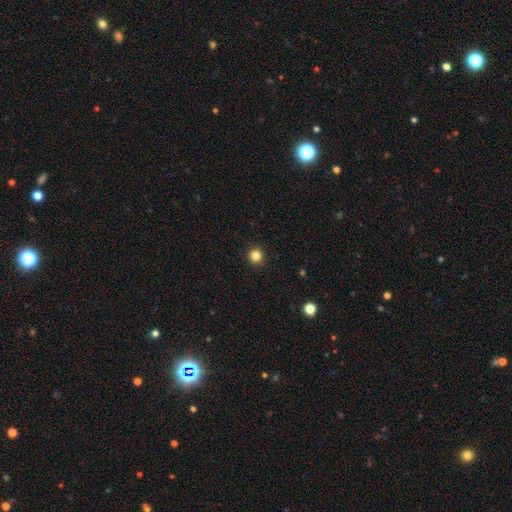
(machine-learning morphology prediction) Q: Smooth or featured?
A: smooth (84%); runner-up: star or artifact (12%)
Q: How rounded?
A: round (95%); runner-up: in between (4%)
Q: Merging?
A: none (93%); runner-up: minor disturbance (4%)